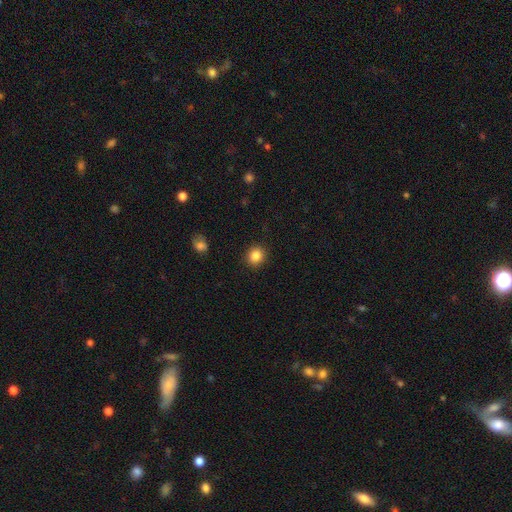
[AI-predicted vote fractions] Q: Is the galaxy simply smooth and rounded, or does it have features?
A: smooth — 86%.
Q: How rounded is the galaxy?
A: round — 85%.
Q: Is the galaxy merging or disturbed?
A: none — 90%.